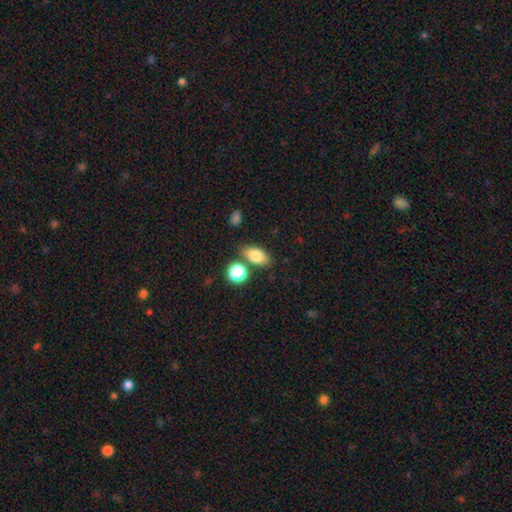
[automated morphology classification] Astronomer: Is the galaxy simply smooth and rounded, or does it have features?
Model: smooth — 79%.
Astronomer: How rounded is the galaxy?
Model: in between — 83%.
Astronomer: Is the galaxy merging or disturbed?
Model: none — 75%.